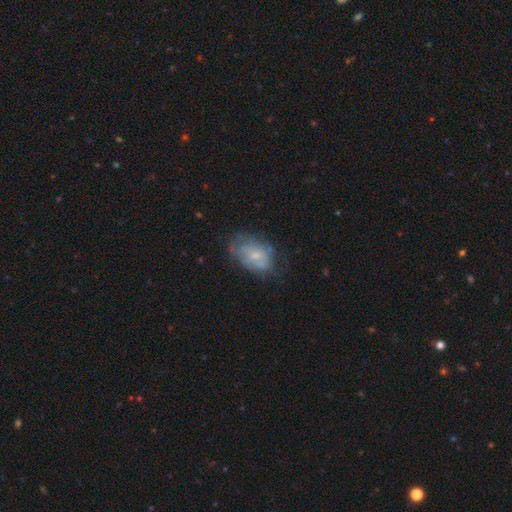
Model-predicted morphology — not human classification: A smooth galaxy with no disk features (48%). Merging: none (49%).